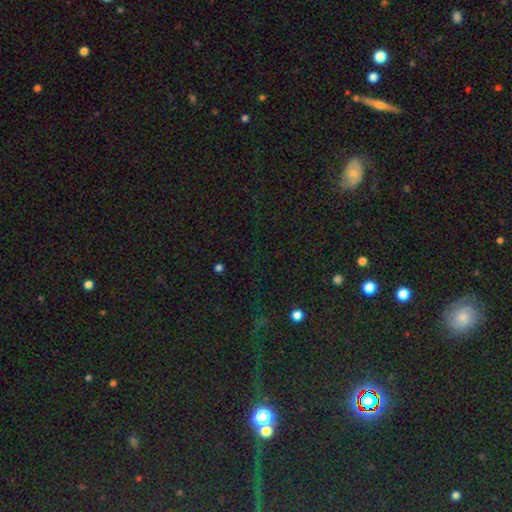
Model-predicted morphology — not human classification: Overall: star or artifact (77%).